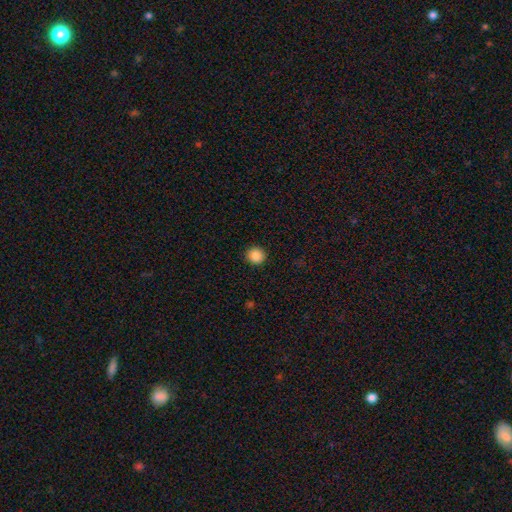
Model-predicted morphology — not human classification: Smooth or featured? smooth (88%)
How rounded? round (91%)
Merging? none (92%)